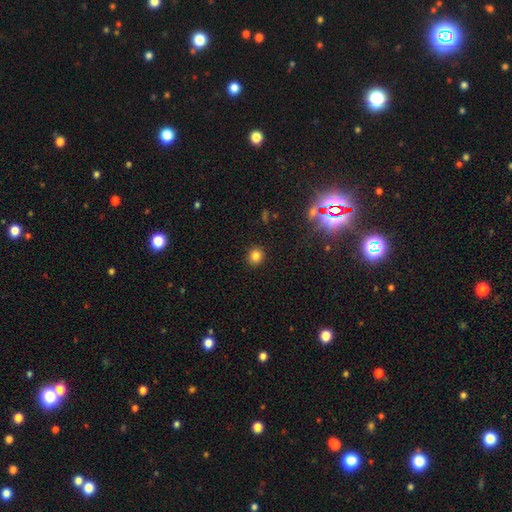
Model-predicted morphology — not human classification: smooth_or_featured: smooth (p=0.81) [alt: star or artifact p=0.14]
how_rounded: round (p=0.86) [alt: in between p=0.13]
merging: none (p=0.90) [alt: minor disturbance p=0.07]